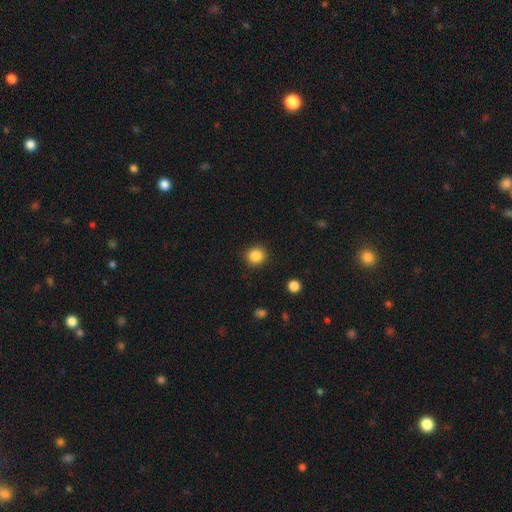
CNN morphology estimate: smooth_or_featured: smooth (p=0.86) [alt: star or artifact p=0.10]
how_rounded: round (p=0.91) [alt: in between p=0.08]
merging: none (p=0.91) [alt: minor disturbance p=0.05]